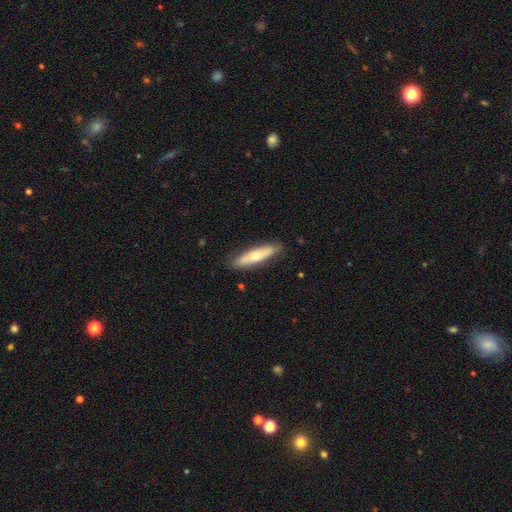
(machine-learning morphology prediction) Smooth or featured? smooth (57%)
How rounded? cigar-shaped (68%)
Merging? none (85%)